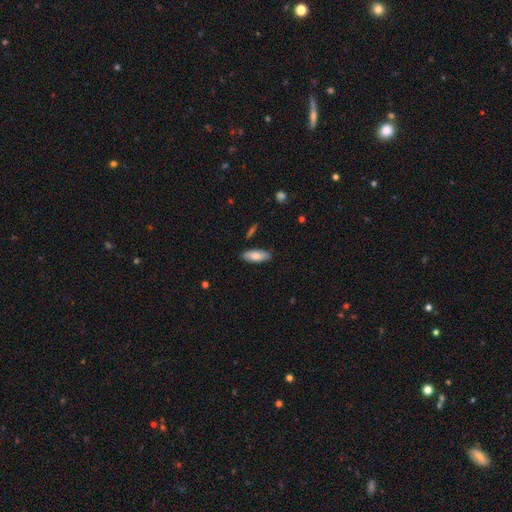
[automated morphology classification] smooth-or-featured: smooth: 79% | featured or disk: 15% | star or artifact: 6%
  how-rounded: in between: 76% | cigar-shaped: 22% | round: 2%
  merging: none: 84% | minor disturbance: 12% | major disturbance: 2% | merger: 2%